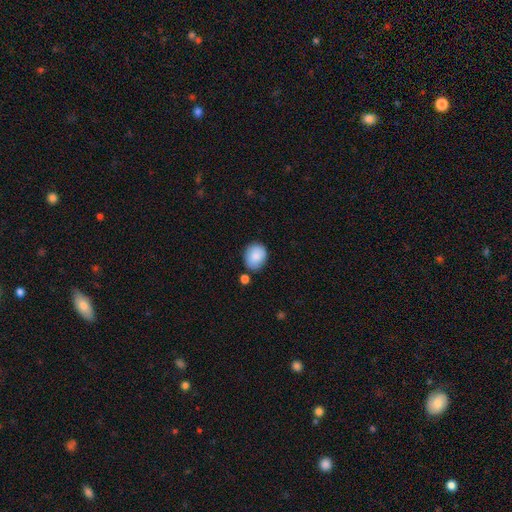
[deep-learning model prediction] The model was most divided on "how rounded": round: 57%, in between: 42%, cigar-shaped: 1%. More confident: smooth or featured — smooth (87%); merging — none (75%).